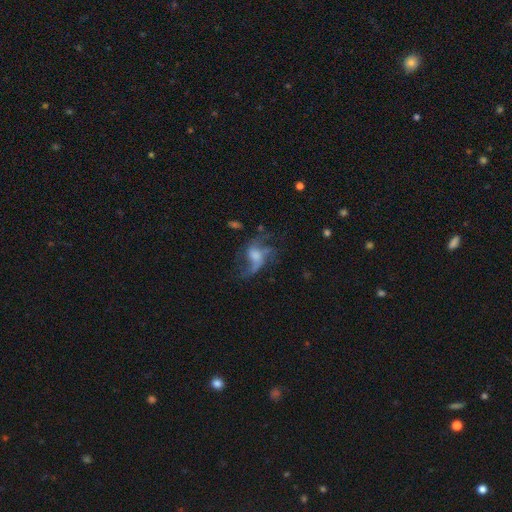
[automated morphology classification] A featured or disk galaxy (72%) with no bar (60%), 2 (41%) loose (73%) spiral arms (84%) and a moderate central bulge (44%).

Vote fractions:
- Smooth or featured? featured or disk: 72% / smooth: 16% / star or artifact: 12%
- Edge-on disk? no: 96% / yes: 4%
- Bar? no: 60% / weak: 33% / strong: 7%
- Spiral arms? yes: 84% / no: 16%
- Spiral winding? loose: 73% / medium: 23% / tight: 5%
- Spiral arm count? 2: 41% / 3: 22% / can't tell: 16% / 1: 9% / 4: 8% / more than 4: 5%
- Bulge size? moderate: 44% / small: 25% / large: 15% / none: 14% / dominant: 2%
- Merging? none: 47% / major disturbance: 33% / minor disturbance: 17% / merger: 3%